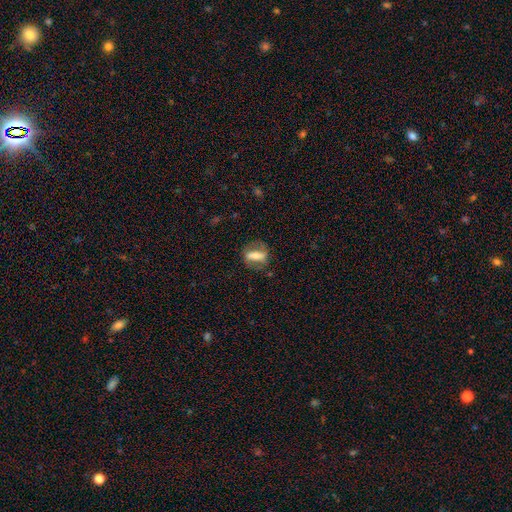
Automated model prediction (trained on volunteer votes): Overall: smooth (46%, tied with featured or disk). Merging: none (69%).